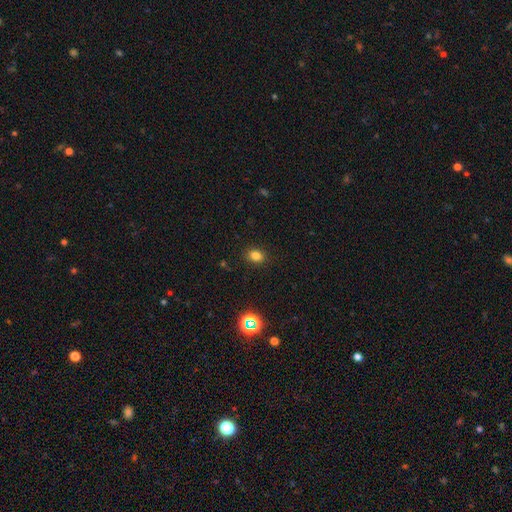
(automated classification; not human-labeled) Morphology: type=smooth (80%); roundness=in between (63%); merging=none (88%).